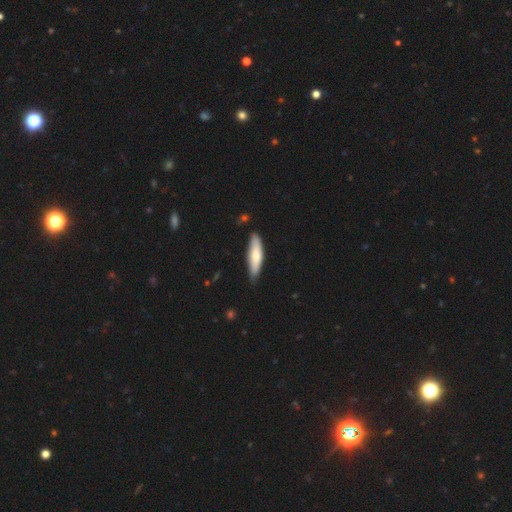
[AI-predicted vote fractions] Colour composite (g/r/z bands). It shows a smooth galaxy with no disk features (69%) that is cigar-shaped (68%). Merging: none (82%).